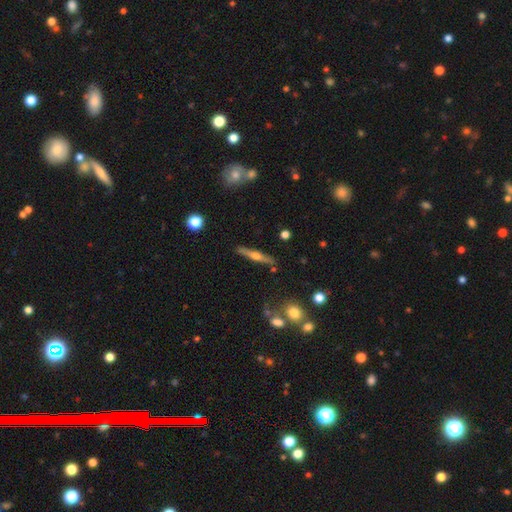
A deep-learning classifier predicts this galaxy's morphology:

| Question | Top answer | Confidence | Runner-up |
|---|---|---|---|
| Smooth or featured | featured or disk | 68% | smooth (26%) |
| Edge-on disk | yes | 97% | no (3%) |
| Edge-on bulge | rounded | 90% | boxy (6%) |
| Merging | none | 86% | minor disturbance (9%) |